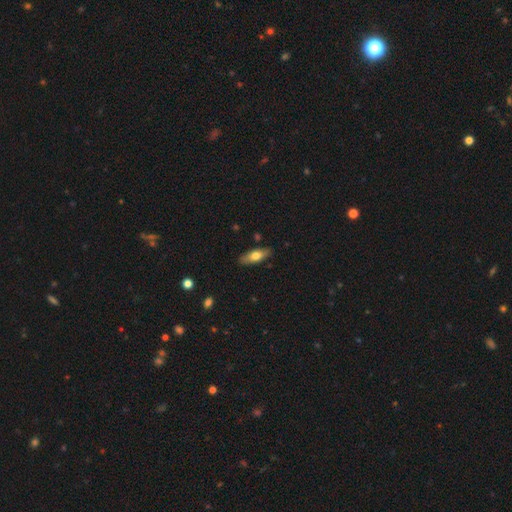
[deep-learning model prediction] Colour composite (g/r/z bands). It shows a smooth galaxy with no disk features (68%) that is in between round and cigar-shaped (65%). Merging: none (84%).